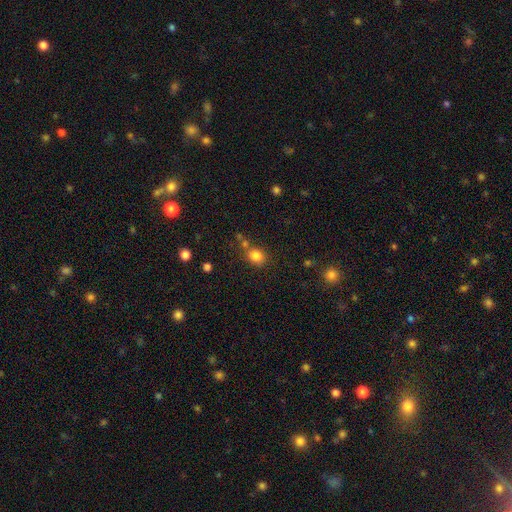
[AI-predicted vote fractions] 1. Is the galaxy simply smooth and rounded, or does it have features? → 82% smooth, 12% star or artifact, 6% featured or disk.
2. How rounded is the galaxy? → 64% round, 34% in between, 1% cigar-shaped.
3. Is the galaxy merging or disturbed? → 67% none, 14% minor disturbance, 14% merger, 5% major disturbance.